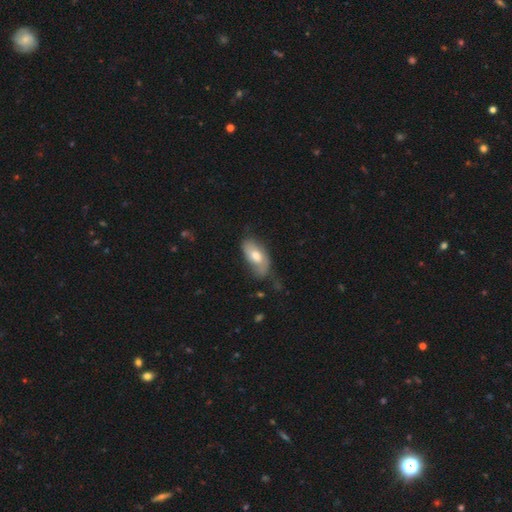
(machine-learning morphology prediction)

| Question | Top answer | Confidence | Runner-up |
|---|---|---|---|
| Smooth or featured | smooth | 64% | featured or disk (30%) |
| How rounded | in between | 90% | cigar-shaped (6%) |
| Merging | none | 47% | minor disturbance (35%) |